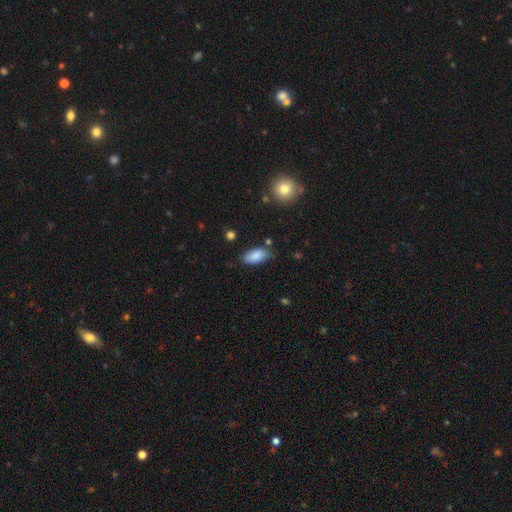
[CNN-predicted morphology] type=smooth (86%); roundness=in between (90%); merging=none (77%).